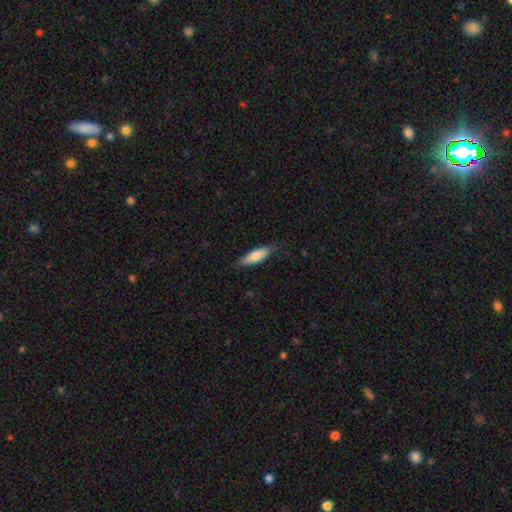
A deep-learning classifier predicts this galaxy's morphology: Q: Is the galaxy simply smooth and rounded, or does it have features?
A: smooth — 76%.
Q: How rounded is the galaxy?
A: in between — 51%.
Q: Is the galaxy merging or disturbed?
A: none — 78%.